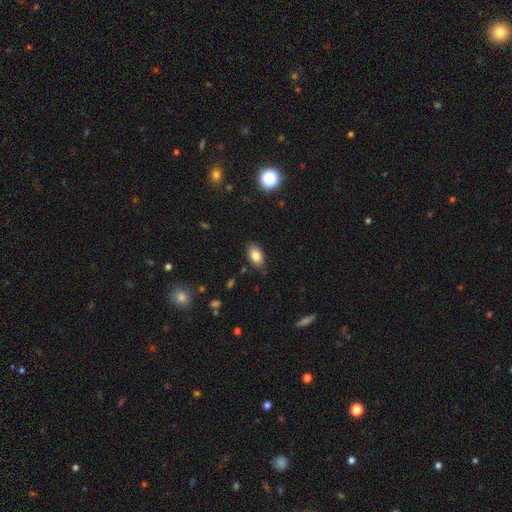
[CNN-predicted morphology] This appears to be a smooth galaxy with no disk features (81%) that is in between round and cigar-shaped (91%). Merging: none (85%).